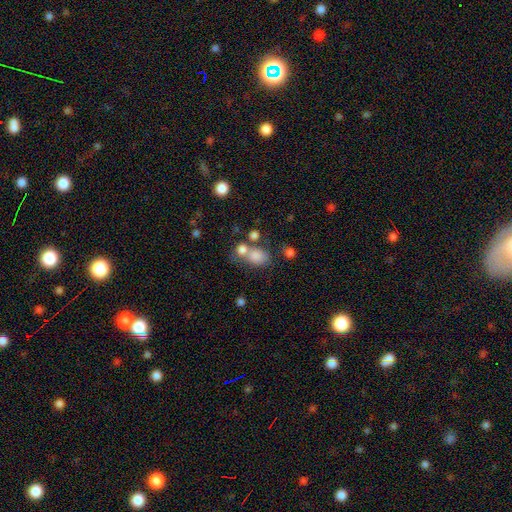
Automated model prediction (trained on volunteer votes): Smooth or featured?
  - smooth: 77% *
  - star or artifact: 13%
  - featured or disk: 10%
How rounded?
  - in between: 52% *
  - round: 47%
  - cigar-shaped: 1%
Merging?
  - none: 40% * (tied)
  - merger: 40% * (tied)
  - minor disturbance: 12%
  - major disturbance: 7%